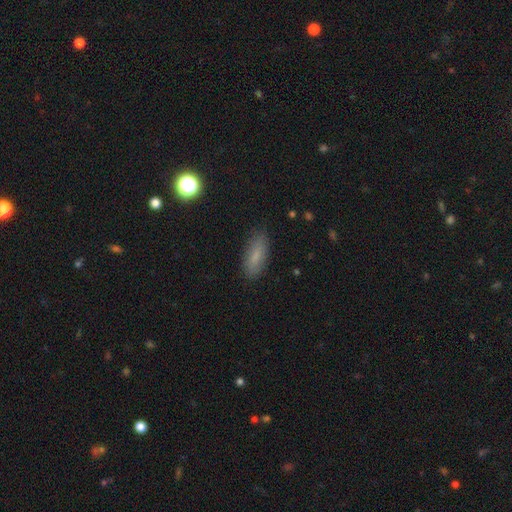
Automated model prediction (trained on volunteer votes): This is likely a smooth galaxy (80%). How rounded: likely in between (71%). Merging: clearly none (85%).